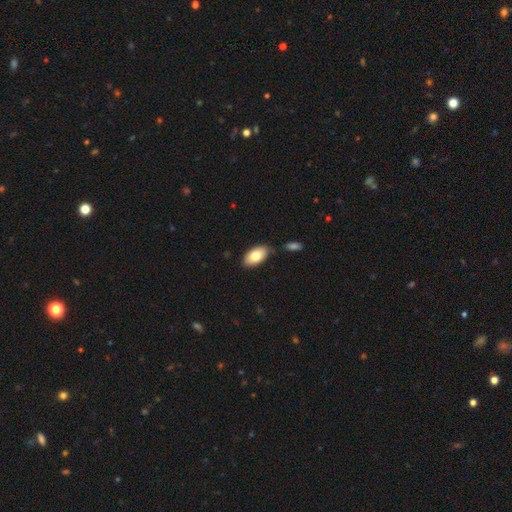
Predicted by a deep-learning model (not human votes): A smooth galaxy with no disk features (78%) that is in between round and cigar-shaped (94%). Merging: none (78%).